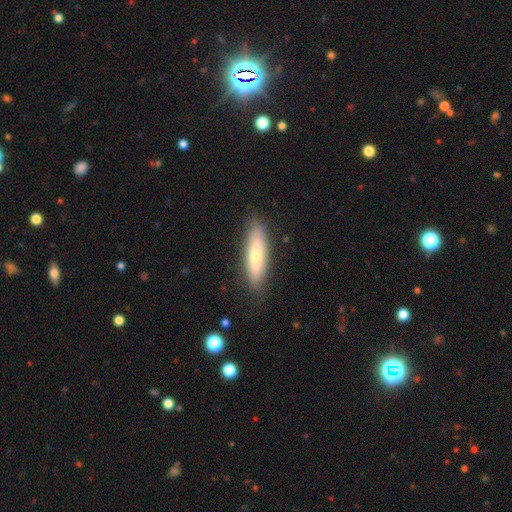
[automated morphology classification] Smooth or featured?
  - smooth: 63% *
  - featured or disk: 30%
  - star or artifact: 6%
How rounded?
  - cigar-shaped: 63% *
  - in between: 35%
  - round: 2%
Merging?
  - none: 84% *
  - minor disturbance: 12%
  - major disturbance: 3%
  - merger: 1%